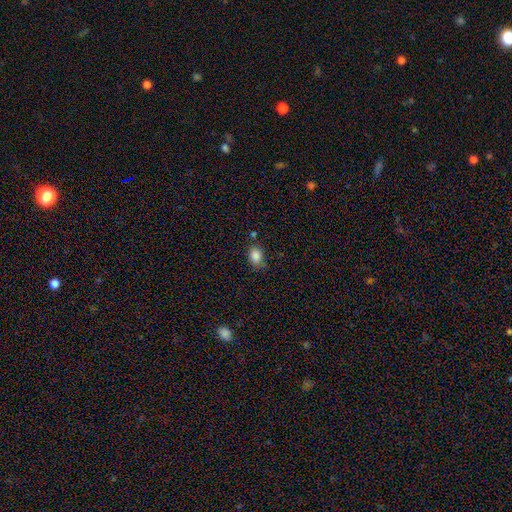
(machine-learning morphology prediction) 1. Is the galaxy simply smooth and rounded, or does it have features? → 86% smooth, 10% star or artifact, 4% featured or disk.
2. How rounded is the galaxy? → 65% in between, 34% round, 1% cigar-shaped.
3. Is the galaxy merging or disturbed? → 71% none, 19% minor disturbance, 5% merger, 4% major disturbance.